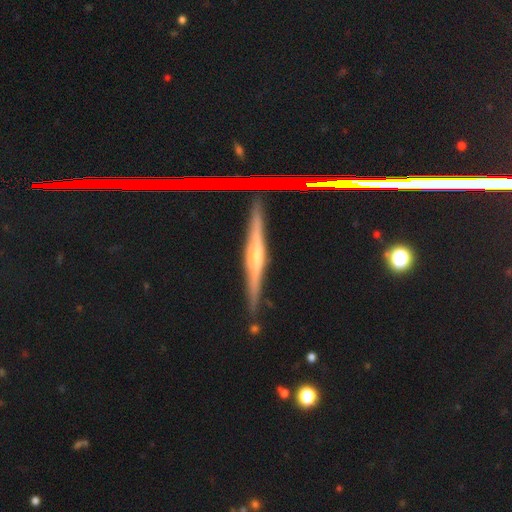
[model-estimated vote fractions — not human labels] Smooth or featured?
  - featured or disk: 76% *
  - smooth: 13%
  - star or artifact: 11%
Edge-on disk?
  - yes: 96% *
  - no: 4%
Edge-on bulge?
  - rounded: 75% *
  - none: 16%
  - boxy: 9%
Merging?
  - none: 87% *
  - minor disturbance: 9%
  - merger: 2%
  - major disturbance: 2%